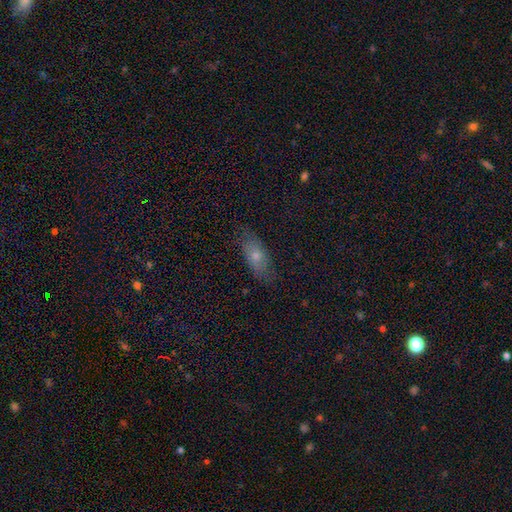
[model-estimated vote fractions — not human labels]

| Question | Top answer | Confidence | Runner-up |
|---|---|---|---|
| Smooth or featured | smooth | 64% | featured or disk (26%) |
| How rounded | in between | 78% | cigar-shaped (18%) |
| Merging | none | 77% | minor disturbance (18%) |